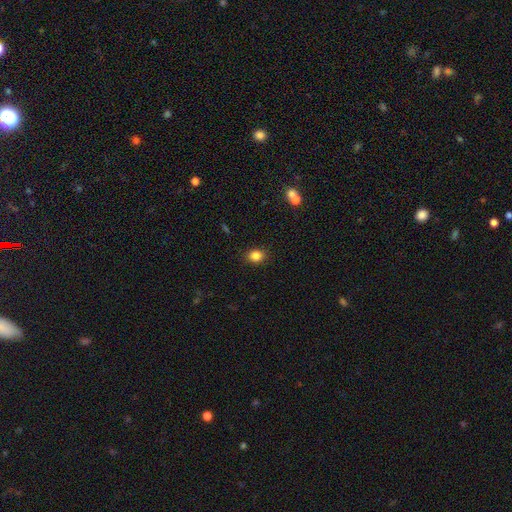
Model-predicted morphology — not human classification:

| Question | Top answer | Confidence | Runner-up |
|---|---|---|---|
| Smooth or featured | smooth | 85% | star or artifact (11%) |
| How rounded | round | 52% | in between (47%) |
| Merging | none | 88% | minor disturbance (9%) |